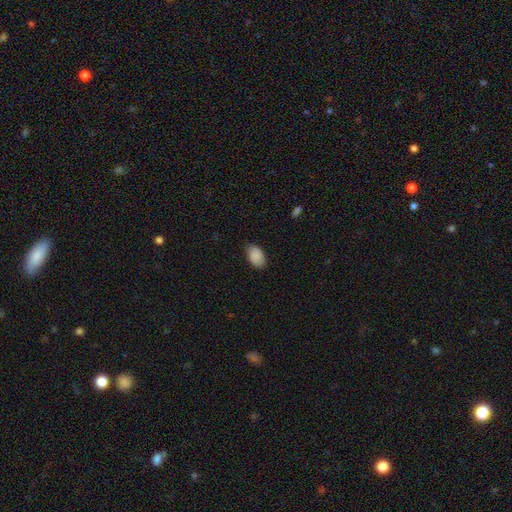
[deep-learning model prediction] Morphology: type=smooth (89%); roundness=in between (91%); merging=none (81%).